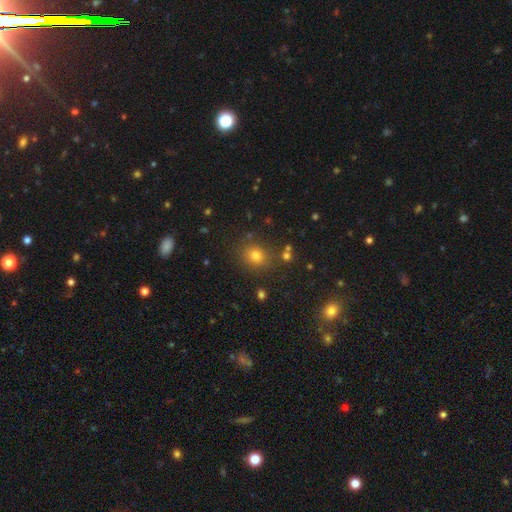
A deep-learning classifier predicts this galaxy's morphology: Smooth or featured?
  - smooth: 74% *
  - star or artifact: 19%
  - featured or disk: 7%
How rounded?
  - round: 74% *
  - in between: 25%
  - cigar-shaped: 1%
Merging?
  - none: 82% *
  - minor disturbance: 10%
  - merger: 5%
  - major disturbance: 4%